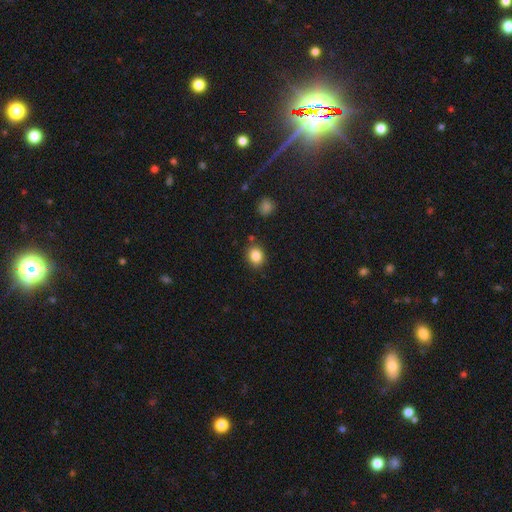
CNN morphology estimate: Smooth or featured? Predicted: smooth (p=0.85). How rounded? Predicted: round (p=0.58). Merging? Predicted: none (p=0.84).